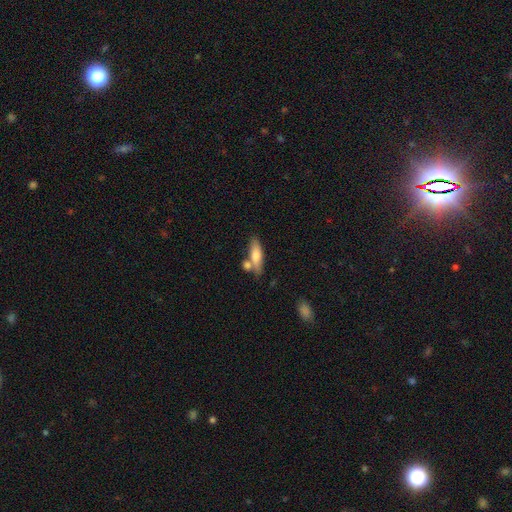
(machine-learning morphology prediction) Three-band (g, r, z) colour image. It shows a smooth galaxy with no disk features (71%) that is in between round and cigar-shaped (54%). Merging: none (59%).